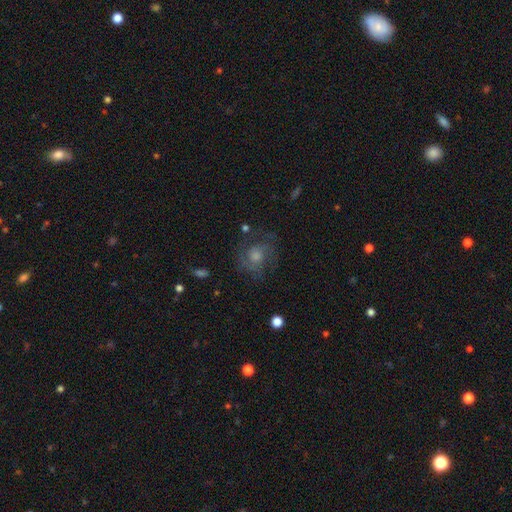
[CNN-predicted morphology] featured or disk 54%, smooth 27%, star or artifact 19%. Down the decision tree: edge-on disk — no (97%); bar — no (74%); spiral arms — yes (82%); bulge size — moderate (52%); merging — none (72%).